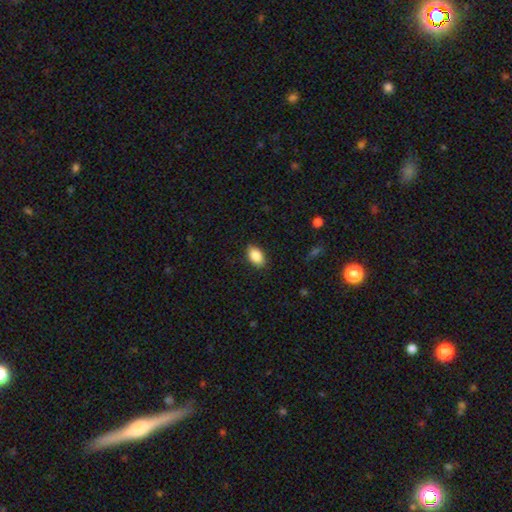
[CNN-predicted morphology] smooth-or-featured: smooth: 87% | star or artifact: 7% | featured or disk: 6%
  how-rounded: in between: 89% | round: 9% | cigar-shaped: 2%
  merging: none: 85% | minor disturbance: 12% | major disturbance: 2% | merger: 1%